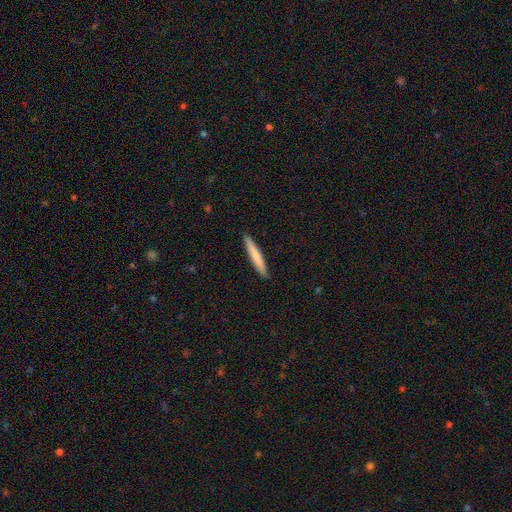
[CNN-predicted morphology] Smooth or featured?
  - smooth: 74% *
  - featured or disk: 21%
  - star or artifact: 5%
How rounded?
  - cigar-shaped: 95% *
  - in between: 4%
  - round: 1%
Merging?
  - none: 91% *
  - minor disturbance: 6%
  - major disturbance: 1%
  - merger: 1%